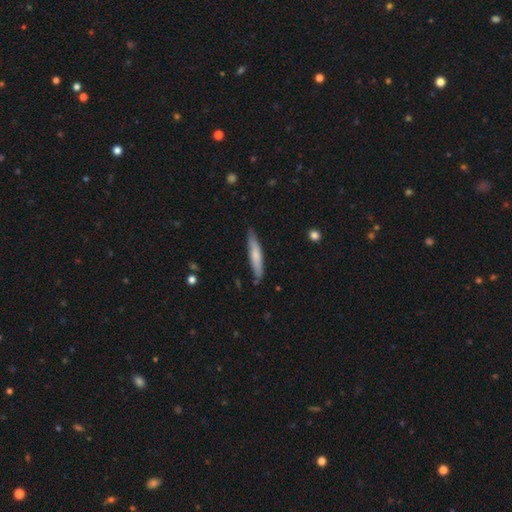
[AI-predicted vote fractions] Q: Smooth or featured?
A: smooth (67%); runner-up: featured or disk (28%)
Q: How rounded?
A: cigar-shaped (90%); runner-up: in between (9%)
Q: Merging?
A: none (82%); runner-up: minor disturbance (14%)